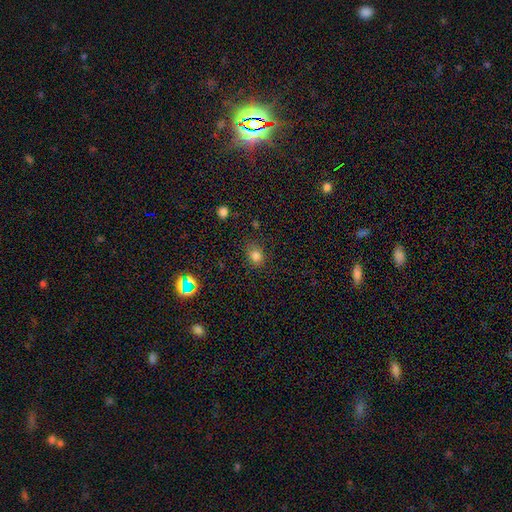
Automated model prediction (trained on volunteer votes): Morphology: type=smooth (79%); roundness=round (50%); merging=none (74%).